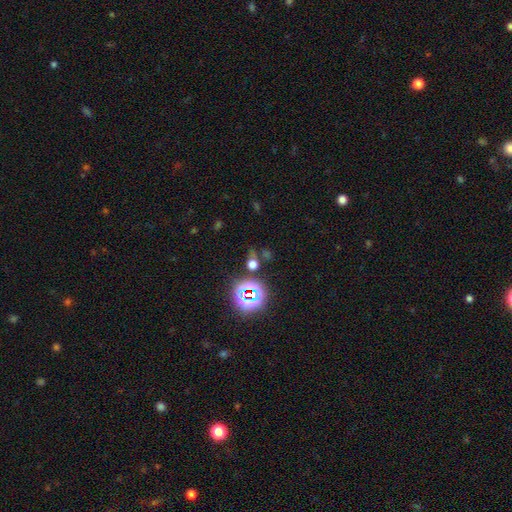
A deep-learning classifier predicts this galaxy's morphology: smooth_or_featured: star or artifact (p=0.74) [alt: smooth p=0.18]